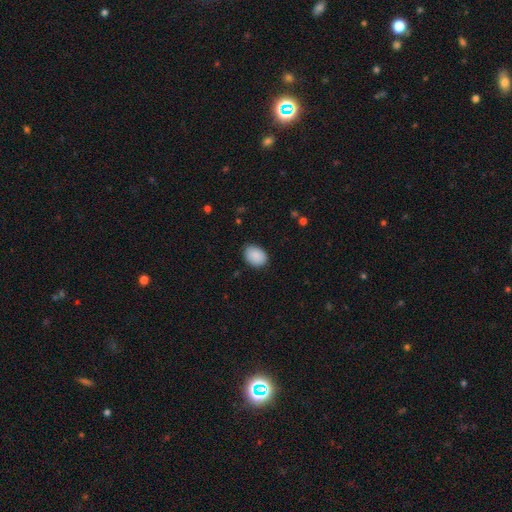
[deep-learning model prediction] Smooth or featured? smooth (89%)
How rounded? in between (74%)
Merging? none (85%)